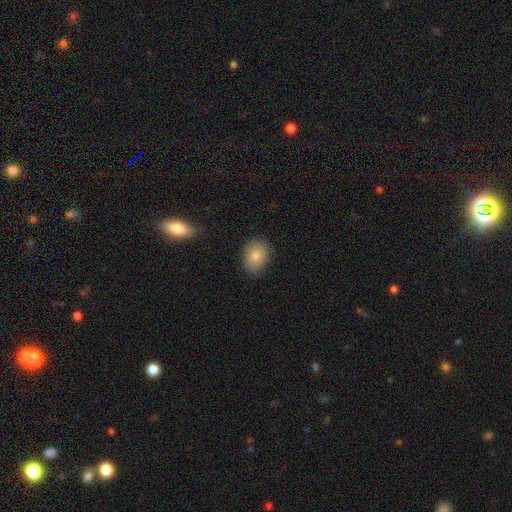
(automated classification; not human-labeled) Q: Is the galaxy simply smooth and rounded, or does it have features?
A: smooth — 83%.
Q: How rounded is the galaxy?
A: in between — 63%.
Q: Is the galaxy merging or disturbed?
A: none — 83%.